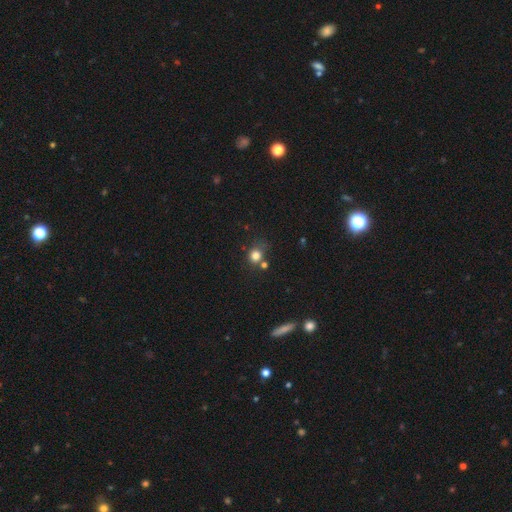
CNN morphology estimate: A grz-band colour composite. It shows a smooth galaxy with no disk features (79%) that is round (80%). Merging: none (62%).